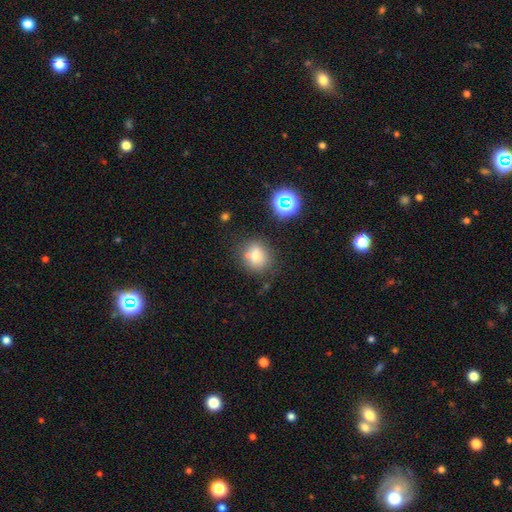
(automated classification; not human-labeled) A smooth galaxy with no disk features (72%) that is round (75%).

Vote fractions:
- Smooth or featured? smooth: 72% / star or artifact: 15% / featured or disk: 13%
- How rounded? round: 75% / in between: 24% / cigar-shaped: 1%
- Merging? none: 69% / minor disturbance: 15% / merger: 11% / major disturbance: 5%